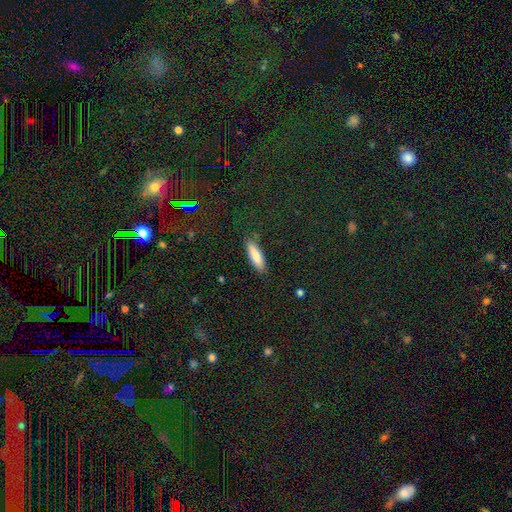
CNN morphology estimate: This appears to be a smooth galaxy with no disk features (82%) that is cigar-shaped (57%). Merging: none (86%).